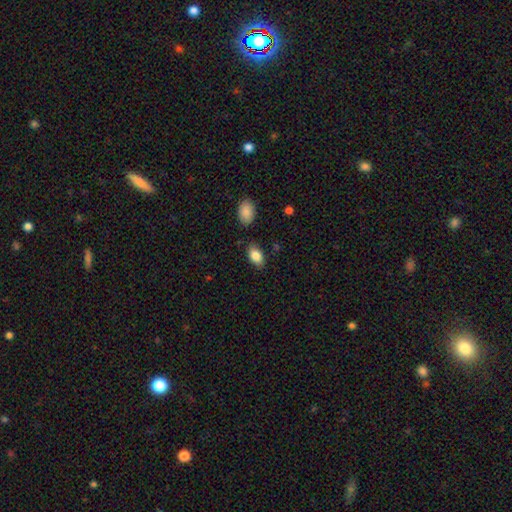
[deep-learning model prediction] Smooth or featured? smooth (85%)
How rounded? in between (91%)
Merging? none (81%)